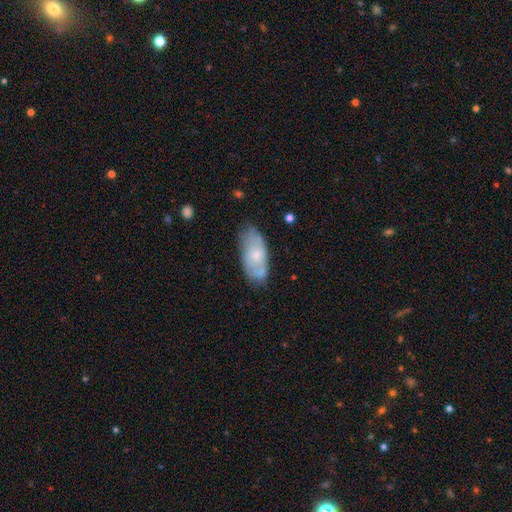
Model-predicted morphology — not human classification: Smooth or featured?
  - smooth: 55% *
  - featured or disk: 39%
  - star or artifact: 6%
How rounded?
  - in between: 89% *
  - cigar-shaped: 9%
  - round: 3%
Merging?
  - none: 62% *
  - minor disturbance: 28%
  - major disturbance: 7%
  - merger: 3%